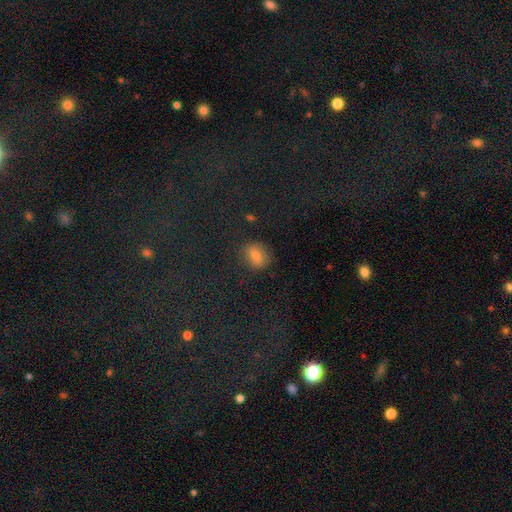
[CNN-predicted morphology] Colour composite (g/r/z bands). It shows a smooth galaxy with no disk features (66%) that is round (60%). Merging: none (83%).